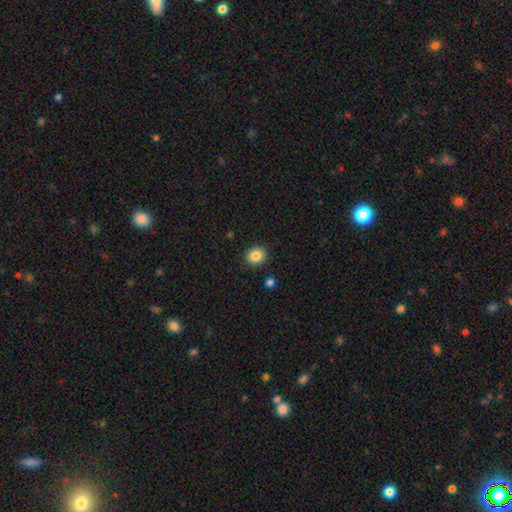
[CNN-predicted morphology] Smooth or featured: smooth — 86% (star or artifact — 10%)
How rounded: round — 83% (in between — 16%)
Merging: none — 90% (minor disturbance — 7%)